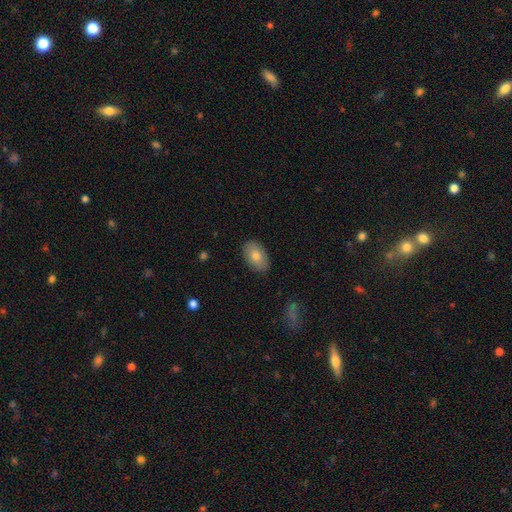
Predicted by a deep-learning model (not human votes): smooth-or-featured: smooth: 77% | featured or disk: 15% | star or artifact: 8%
  how-rounded: in between: 91% | round: 7% | cigar-shaped: 1%
  merging: none: 86% | minor disturbance: 11% | major disturbance: 2% | merger: 1%